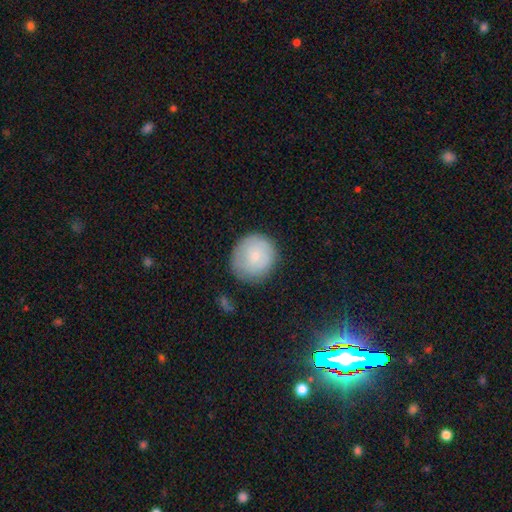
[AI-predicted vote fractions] smooth_or_featured: smooth (p=0.64) [alt: featured or disk p=0.29]
how_rounded: round (p=0.91) [alt: in between p=0.08]
merging: none (p=0.79) [alt: minor disturbance p=0.15]